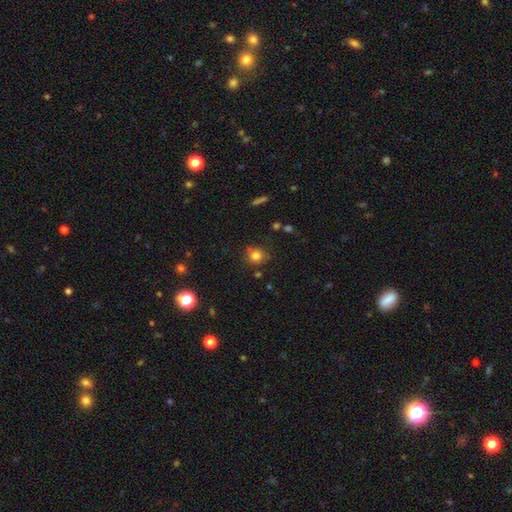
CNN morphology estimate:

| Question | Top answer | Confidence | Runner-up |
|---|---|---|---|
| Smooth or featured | smooth | 80% | star or artifact (13%) |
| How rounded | round | 87% | in between (12%) |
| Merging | none | 77% | minor disturbance (15%) |